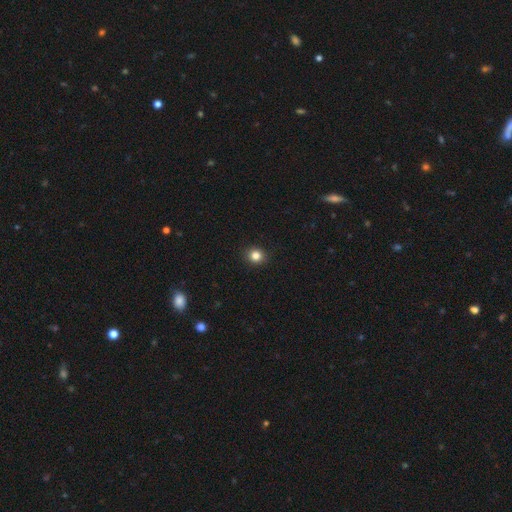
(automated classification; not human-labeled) smooth-or-featured: smooth: 84% | star or artifact: 12% | featured or disk: 5%
  how-rounded: round: 83% | in between: 16% | cigar-shaped: 1%
  merging: none: 91% | minor disturbance: 6% | major disturbance: 2% | merger: 1%